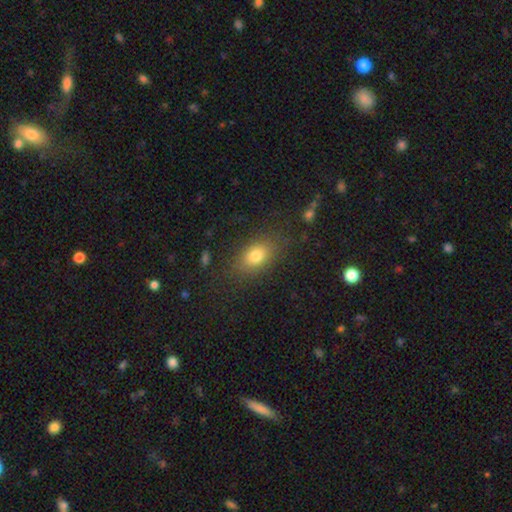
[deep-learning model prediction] Smooth or featured?
  - smooth: 78% *
  - featured or disk: 11%
  - star or artifact: 10%
How rounded?
  - in between: 80% *
  - round: 17%
  - cigar-shaped: 3%
Merging?
  - none: 79% *
  - minor disturbance: 14%
  - major disturbance: 6%
  - merger: 2%